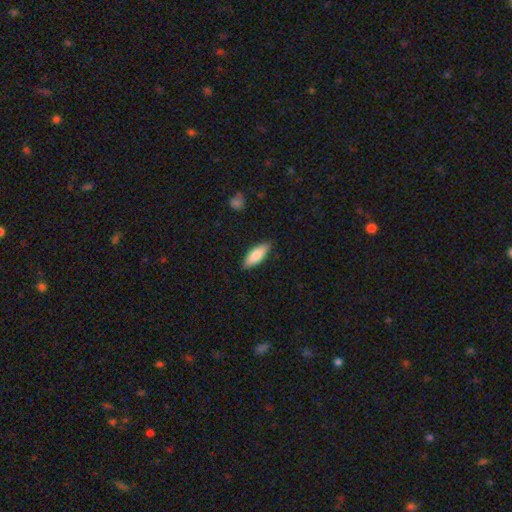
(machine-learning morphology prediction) smooth_or_featured: smooth (p=0.82) [alt: featured or disk p=0.13]
how_rounded: in between (p=0.68) [alt: cigar-shaped p=0.31]
merging: none (p=0.85) [alt: minor disturbance p=0.12]